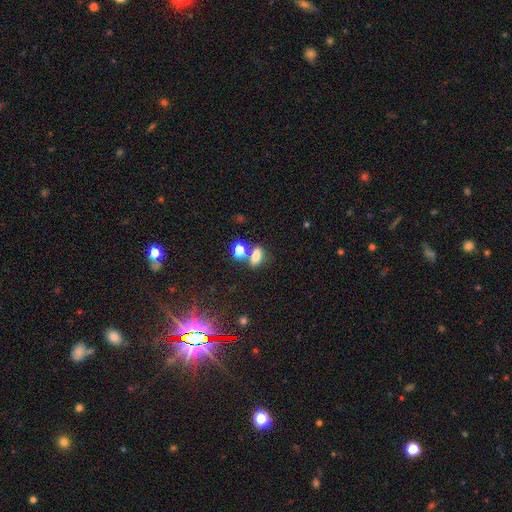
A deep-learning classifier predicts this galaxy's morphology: type=smooth (78%); roundness=in between (76%); merging=none (51%).